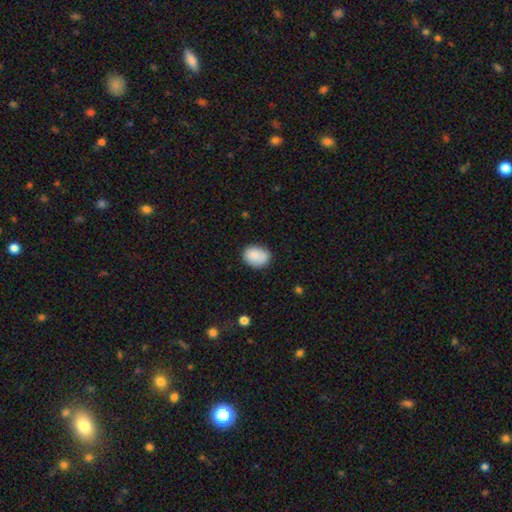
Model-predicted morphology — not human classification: smooth-or-featured: smooth: 86% | star or artifact: 7% | featured or disk: 7%
  how-rounded: in between: 59% | round: 40% | cigar-shaped: 1%
  merging: none: 72% | minor disturbance: 19% | merger: 6% | major disturbance: 4%